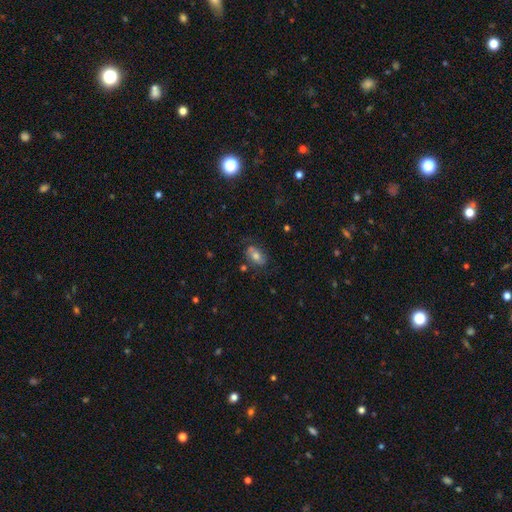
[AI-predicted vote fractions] Morphology: type=smooth (59%); roundness=in between (84%); merging=none (64%).